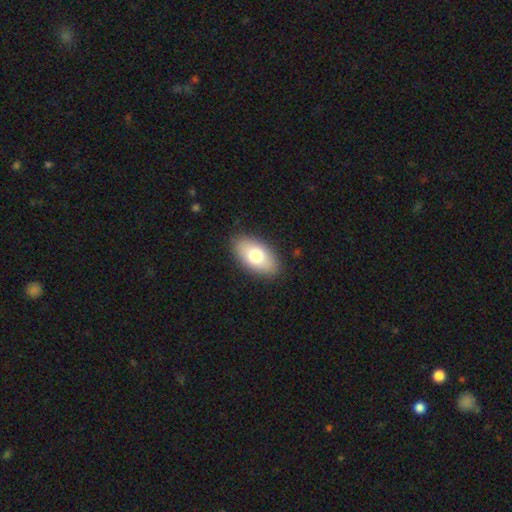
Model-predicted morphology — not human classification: A smooth galaxy with no disk features (75%) that is in between round and cigar-shaped (93%).

Vote fractions:
- Smooth or featured? smooth: 75% / featured or disk: 18% / star or artifact: 7%
- How rounded? in between: 93% / round: 4% / cigar-shaped: 2%
- Merging? none: 88% / minor disturbance: 9% / major disturbance: 2% / merger: 1%